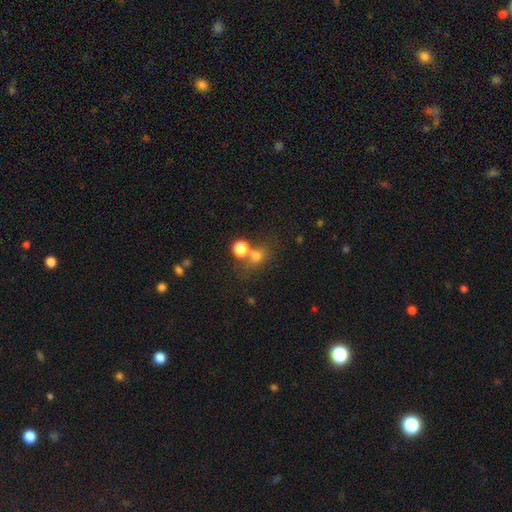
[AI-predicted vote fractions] Q: Smooth or featured?
A: smooth (68%); runner-up: star or artifact (21%)
Q: How rounded?
A: round (69%); runner-up: in between (30%)
Q: Merging?
A: none (52%); runner-up: merger (31%)